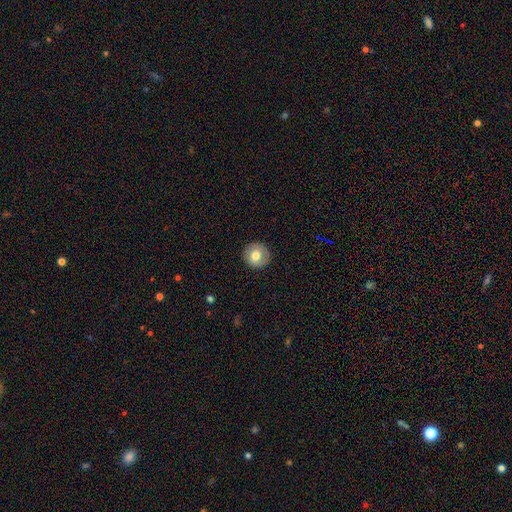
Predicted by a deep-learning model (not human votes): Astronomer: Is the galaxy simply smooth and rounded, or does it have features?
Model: smooth — 74%.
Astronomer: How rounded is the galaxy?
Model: round — 94%.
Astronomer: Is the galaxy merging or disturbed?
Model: none — 91%.